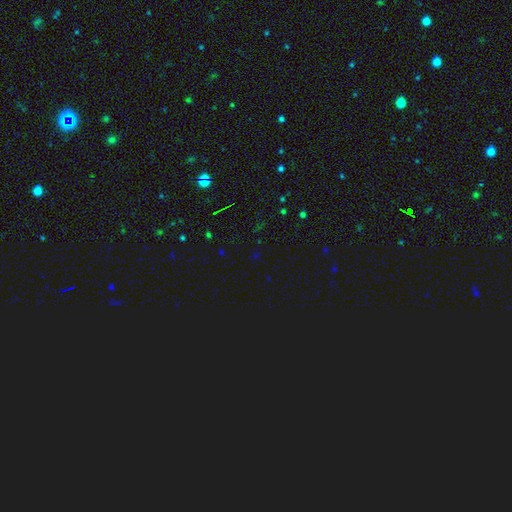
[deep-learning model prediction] Smooth or featured? Predicted: star or artifact (p=0.73).